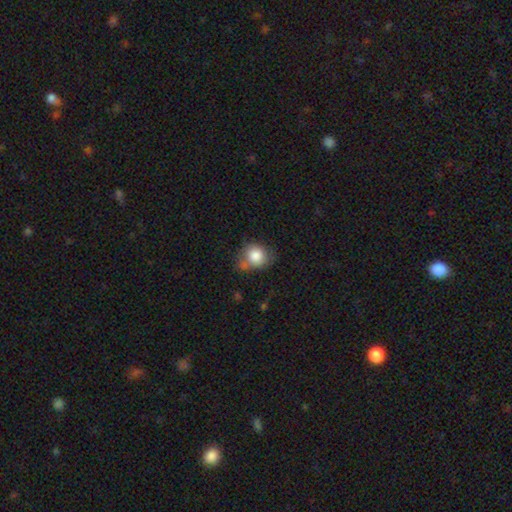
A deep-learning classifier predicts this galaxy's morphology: A smooth galaxy with no disk features (83%) that is round (70%). Merging: none (50%).